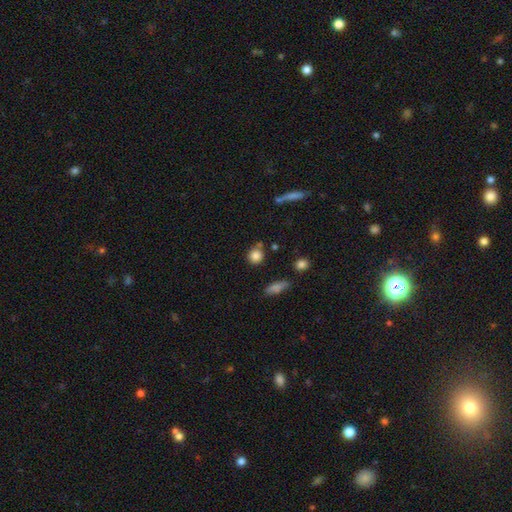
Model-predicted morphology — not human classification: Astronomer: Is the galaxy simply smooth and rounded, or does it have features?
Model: smooth — 83%.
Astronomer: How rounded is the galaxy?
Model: round — 86%.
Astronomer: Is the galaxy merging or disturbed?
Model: none — 71%.